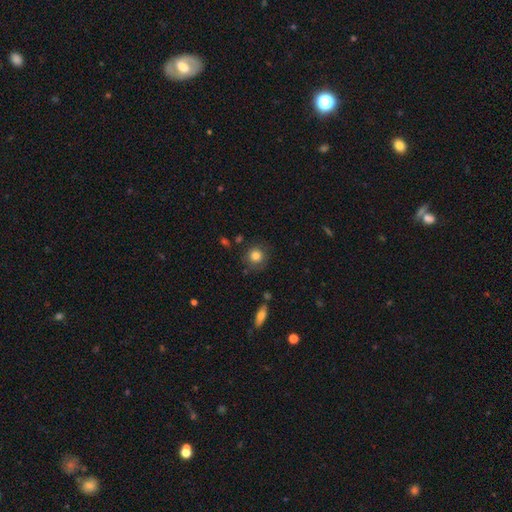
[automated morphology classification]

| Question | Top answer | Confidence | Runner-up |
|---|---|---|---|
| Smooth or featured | smooth | 82% | star or artifact (10%) |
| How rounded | round | 89% | in between (10%) |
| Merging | none | 81% | minor disturbance (13%) |